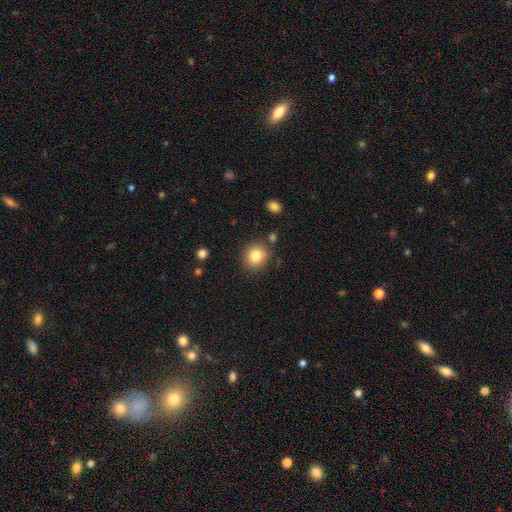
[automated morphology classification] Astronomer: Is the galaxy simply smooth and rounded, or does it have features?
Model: smooth — 82%.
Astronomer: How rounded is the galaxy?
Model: round — 84%.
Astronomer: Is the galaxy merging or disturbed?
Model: none — 83%.